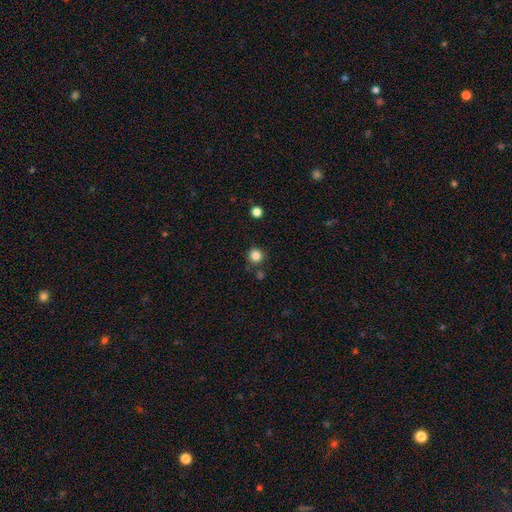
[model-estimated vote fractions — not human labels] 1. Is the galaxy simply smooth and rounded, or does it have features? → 84% smooth, 12% star or artifact, 3% featured or disk.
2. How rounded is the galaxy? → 95% round, 4% in between, 1% cigar-shaped.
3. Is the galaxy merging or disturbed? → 85% none, 8% minor disturbance, 5% merger, 3% major disturbance.